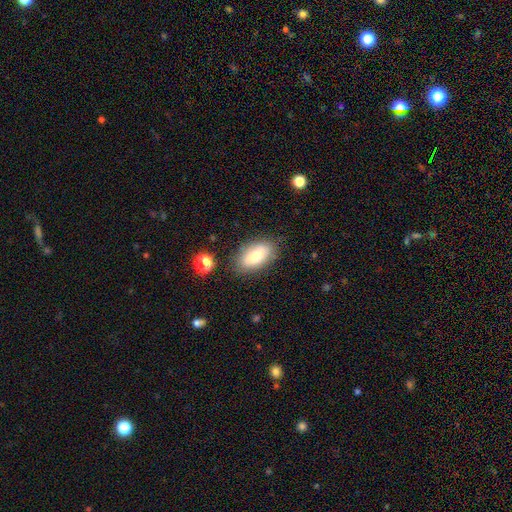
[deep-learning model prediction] Morphology: type=smooth (78%); roundness=in between (90%); merging=none (78%).